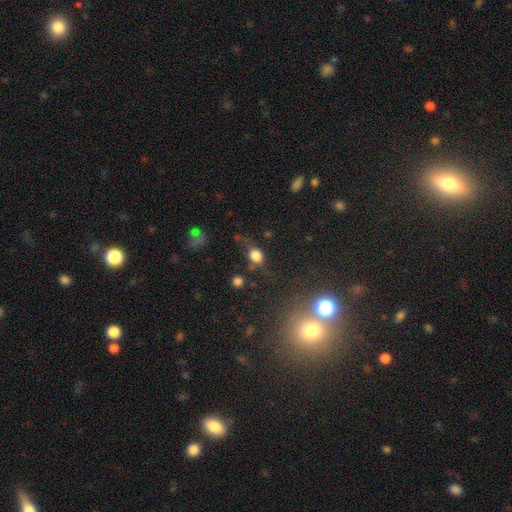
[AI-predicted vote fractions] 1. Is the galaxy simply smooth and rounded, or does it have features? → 73% smooth, 15% star or artifact, 12% featured or disk.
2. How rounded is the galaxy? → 50% in between, 47% round, 3% cigar-shaped.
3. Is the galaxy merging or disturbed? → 50% none, 25% minor disturbance, 18% major disturbance, 7% merger.